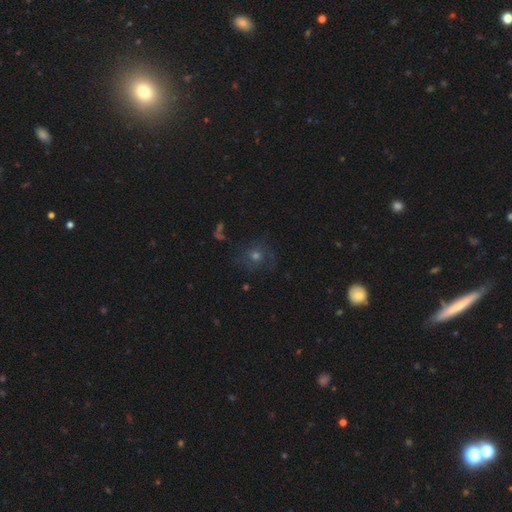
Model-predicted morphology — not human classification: A featured or disk galaxy (37%). Merging: none (72%).